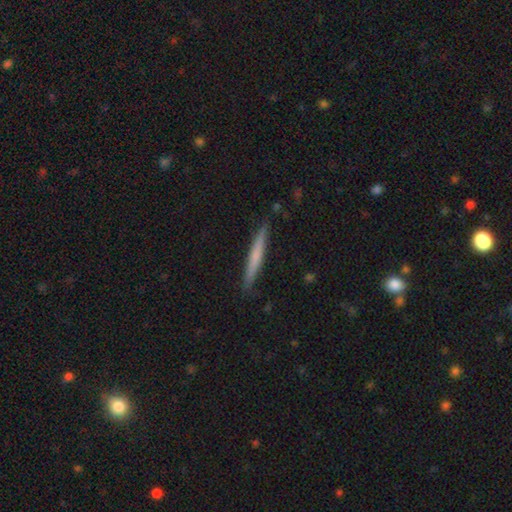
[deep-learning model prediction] Smooth or featured?
  - smooth: 59% *
  - featured or disk: 36%
  - star or artifact: 5%
How rounded?
  - cigar-shaped: 96% *
  - in between: 2%
  - round: 1%
Merging?
  - none: 89% *
  - minor disturbance: 8%
  - major disturbance: 1%
  - merger: 1%